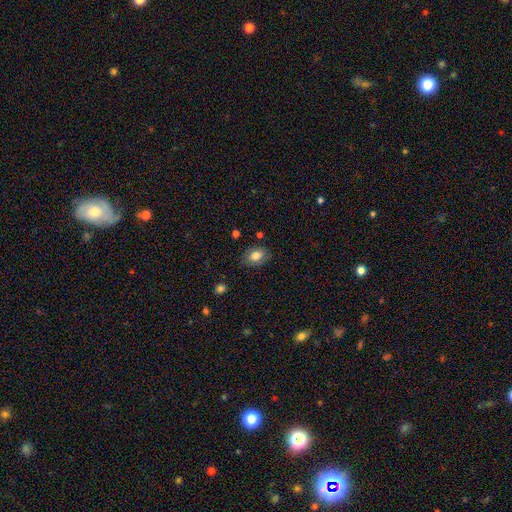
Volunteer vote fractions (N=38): Q: Smooth or featured?
A: smooth (76%); runner-up: featured or disk (21%)
Q: How rounded?
A: in between (83%); runner-up: round (17%)
Q: Merging?
A: none (89%); runner-up: minor disturbance (5%)